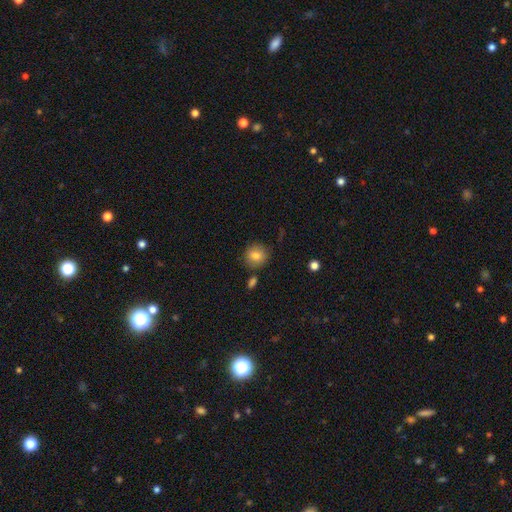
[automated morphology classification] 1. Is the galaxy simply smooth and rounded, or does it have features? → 81% smooth, 9% featured or disk, 9% star or artifact.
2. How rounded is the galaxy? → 84% round, 15% in between, 1% cigar-shaped.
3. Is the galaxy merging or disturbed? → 80% none, 12% minor disturbance, 4% merger, 3% major disturbance.